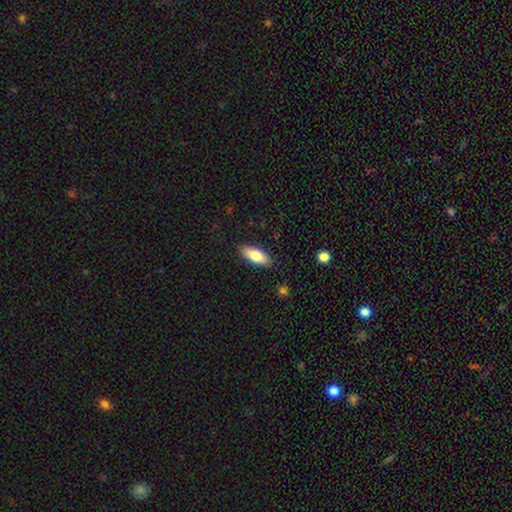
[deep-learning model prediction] smooth_or_featured: smooth (p=0.81) [alt: featured or disk p=0.12]
how_rounded: in between (p=0.79) [alt: cigar-shaped p=0.19]
merging: none (p=0.88) [alt: minor disturbance p=0.09]